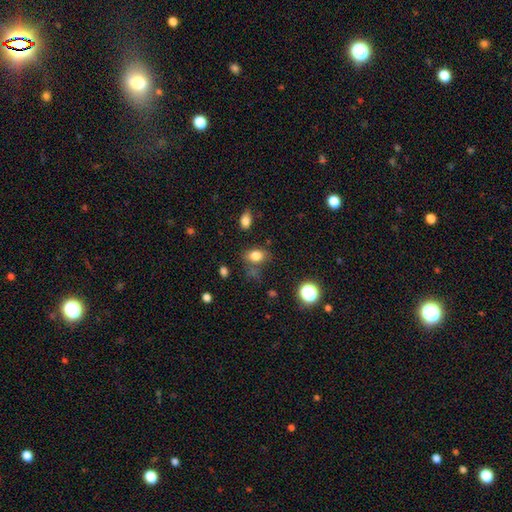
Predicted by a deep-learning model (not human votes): Smooth or featured?
  - smooth: 80% *
  - star or artifact: 13%
  - featured or disk: 7%
How rounded?
  - in between: 69% *
  - round: 29%
  - cigar-shaped: 1%
Merging?
  - none: 68% *
  - minor disturbance: 19%
  - major disturbance: 7%
  - merger: 6%